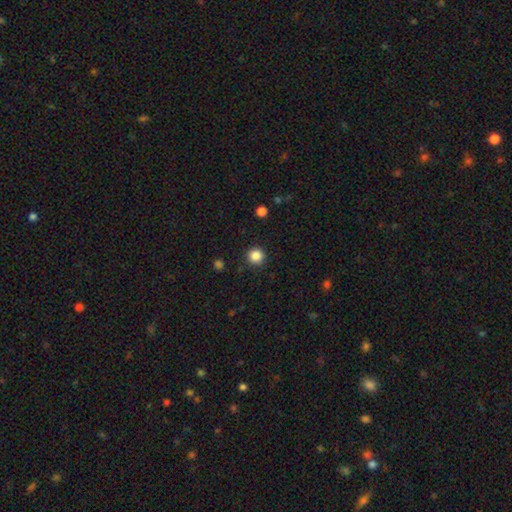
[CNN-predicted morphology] smooth 86%, star or artifact 11%, featured or disk 3%. Down the decision tree: how rounded — round (95%); merging — none (90%).